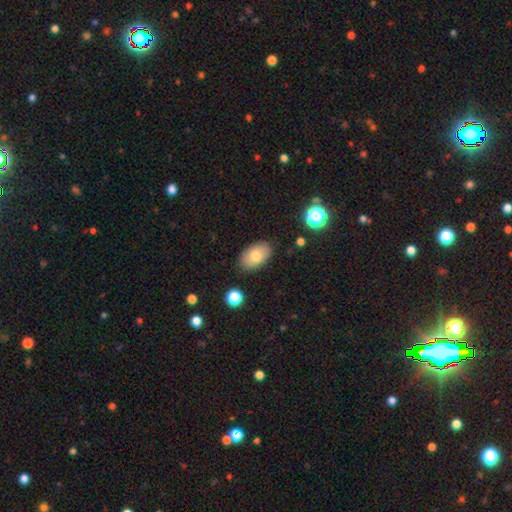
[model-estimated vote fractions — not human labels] Smooth or featured? smooth (76%)
How rounded? in between (92%)
Merging? none (85%)